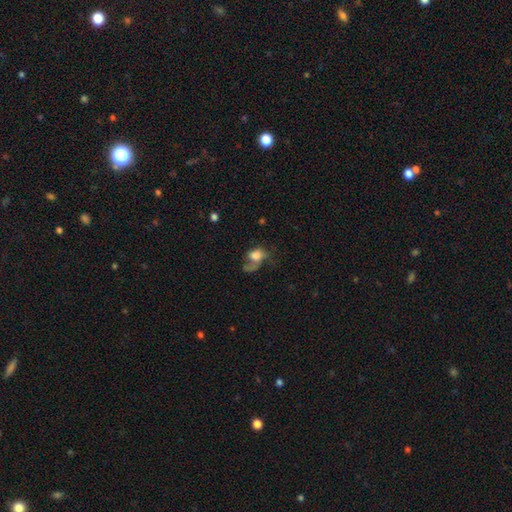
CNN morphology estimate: smooth_or_featured: smooth (p=0.59) [alt: featured or disk p=0.31]
how_rounded: in between (p=0.64) [alt: round p=0.34]
merging: major disturbance (p=0.48) [alt: none p=0.25]